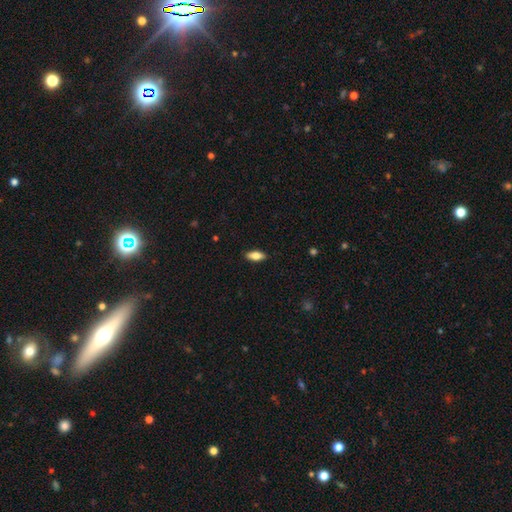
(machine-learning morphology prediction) This is likely a smooth galaxy (77%). How rounded: likely in between (78%). Merging: clearly none (89%).